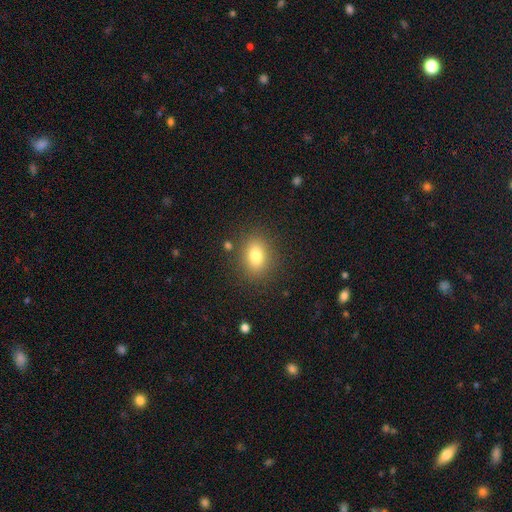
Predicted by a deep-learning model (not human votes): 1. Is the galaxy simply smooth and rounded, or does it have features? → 80% smooth, 10% star or artifact, 9% featured or disk.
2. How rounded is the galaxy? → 69% in between, 29% round, 2% cigar-shaped.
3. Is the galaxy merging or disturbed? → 85% none, 10% minor disturbance, 3% major disturbance, 2% merger.